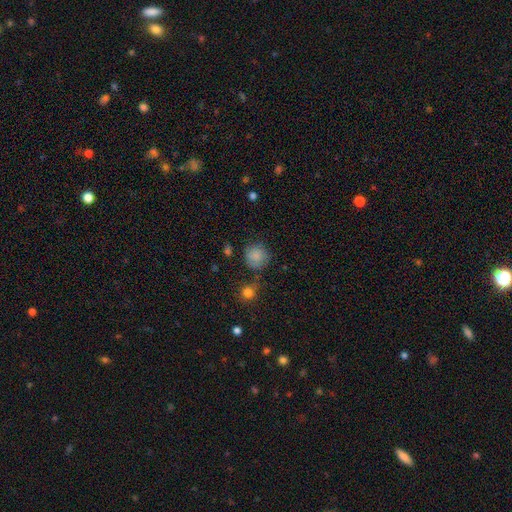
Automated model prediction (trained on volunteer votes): Smooth or featured: smooth — 84% (star or artifact — 10%)
How rounded: round — 90% (in between — 9%)
Merging: none — 72% (minor disturbance — 17%)